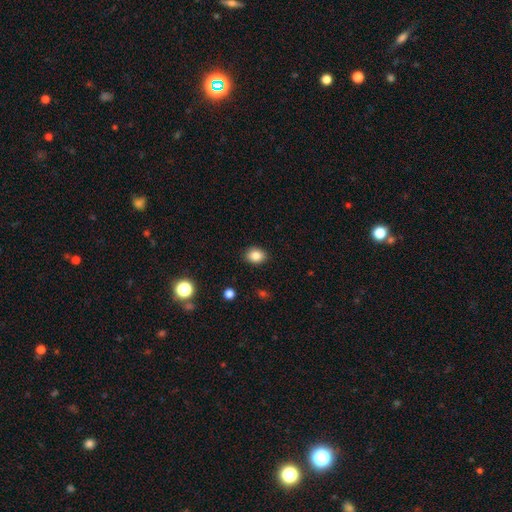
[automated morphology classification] smooth-or-featured: smooth: 85% | star or artifact: 10% | featured or disk: 5%
  how-rounded: in between: 59% | round: 40% | cigar-shaped: 1%
  merging: none: 88% | minor disturbance: 8% | major disturbance: 2% | merger: 1%